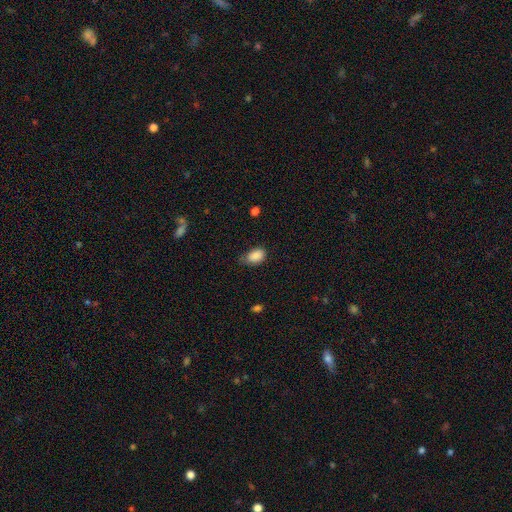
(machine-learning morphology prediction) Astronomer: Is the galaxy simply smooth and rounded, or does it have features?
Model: smooth — 88%.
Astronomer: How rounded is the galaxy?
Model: in between — 88%.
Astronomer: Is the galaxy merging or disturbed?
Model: none — 55% (runner-up: minor disturbance, 35%).